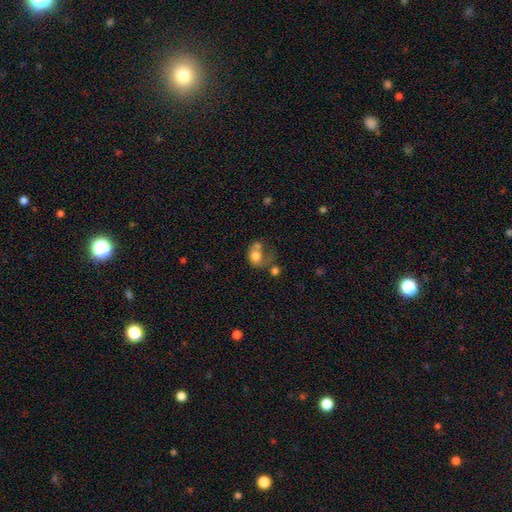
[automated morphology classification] Q: Smooth or featured?
A: smooth (70%); runner-up: featured or disk (20%)
Q: How rounded?
A: in between (54%); runner-up: round (44%)
Q: Merging?
A: merger (38%); runner-up: major disturbance (24%)